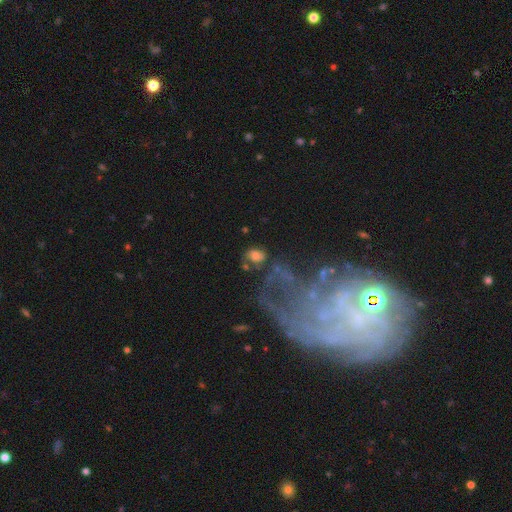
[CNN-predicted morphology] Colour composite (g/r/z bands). It shows a smooth galaxy with no disk features (60%) that is in between round and cigar-shaped (70%). Merging: none (54%).